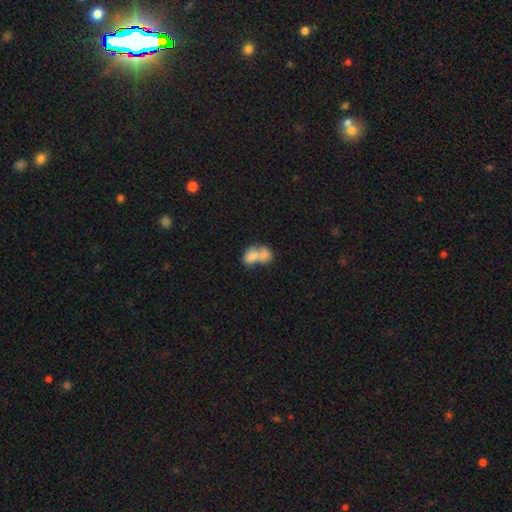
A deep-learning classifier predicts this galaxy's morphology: Smooth or featured? Predicted: smooth (p=0.72). How rounded? Predicted: in between (p=0.78). Merging? Predicted: merger (p=0.74).